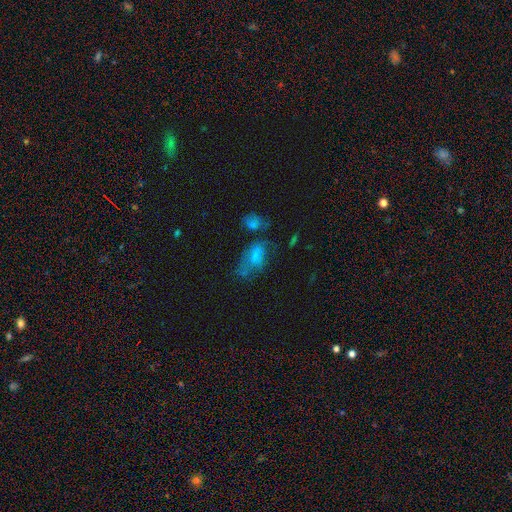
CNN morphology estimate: Smooth or featured? Predicted: smooth (p=0.58). How rounded? Predicted: in between (p=0.87). Merging? Predicted: major disturbance (p=0.30).